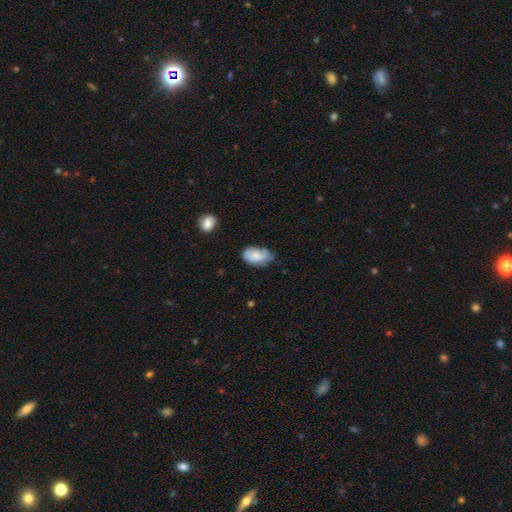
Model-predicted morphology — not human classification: A smooth galaxy with no disk features (72%) that is in between round and cigar-shaped (91%).

Vote fractions:
- Smooth or featured? smooth: 72% / featured or disk: 21% / star or artifact: 7%
- How rounded? in between: 91% / round: 7% / cigar-shaped: 2%
- Merging? none: 48% / minor disturbance: 39% / major disturbance: 10% / merger: 3%